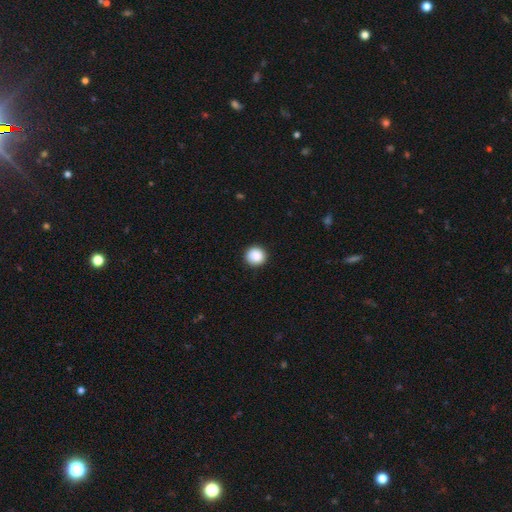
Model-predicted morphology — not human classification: A smooth galaxy with no disk features (89%) that is round (94%). Merging: none (92%).